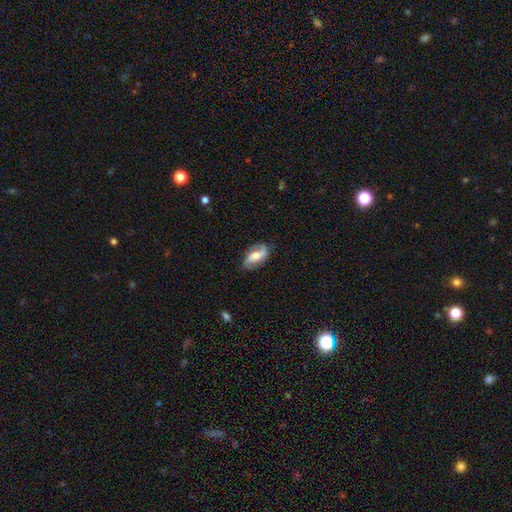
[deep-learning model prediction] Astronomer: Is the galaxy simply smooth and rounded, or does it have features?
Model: featured or disk — 67%.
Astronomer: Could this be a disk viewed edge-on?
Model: no — 93%.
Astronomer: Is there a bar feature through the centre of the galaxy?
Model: weak — 37%, tied with no at 37%.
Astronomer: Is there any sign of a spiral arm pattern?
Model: yes — 90%.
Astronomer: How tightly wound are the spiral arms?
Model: loose — 52% (runner-up: medium, 33%).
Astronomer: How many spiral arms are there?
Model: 2 — 83%.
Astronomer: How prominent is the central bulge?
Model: moderate — 62%.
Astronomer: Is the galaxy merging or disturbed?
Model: none — 74%.